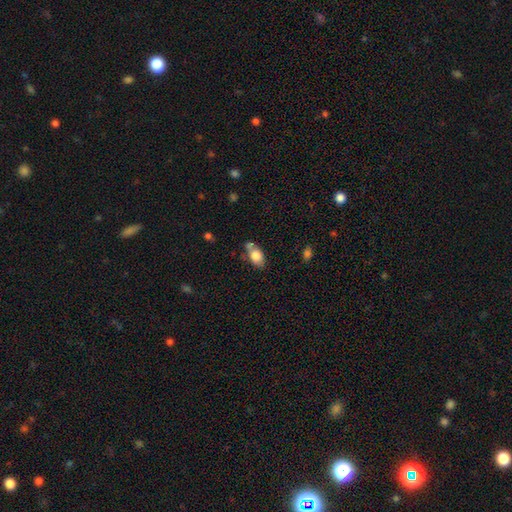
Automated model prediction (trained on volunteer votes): A smooth galaxy with no disk features (80%) that is in between round and cigar-shaped (85%). Merging: none (52%).